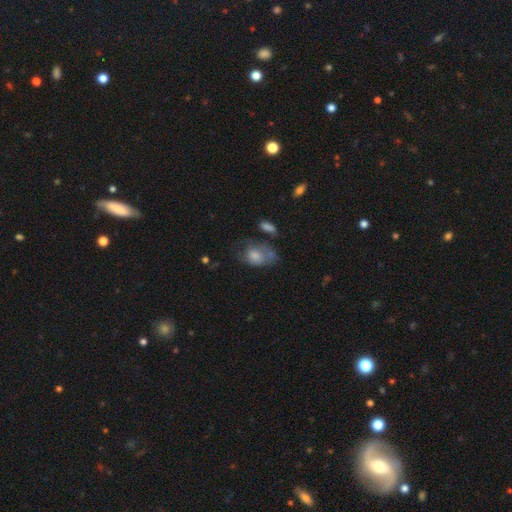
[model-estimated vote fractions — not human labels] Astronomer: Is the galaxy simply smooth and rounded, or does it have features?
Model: smooth — 61%.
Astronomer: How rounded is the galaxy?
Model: in between — 81%.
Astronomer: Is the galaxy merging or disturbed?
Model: none — 32% (runner-up: major disturbance, 30%).